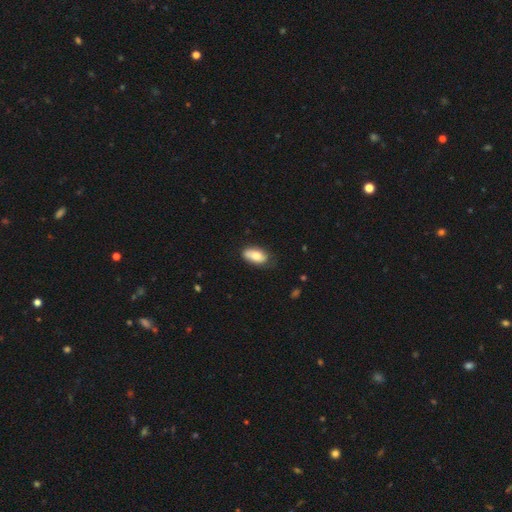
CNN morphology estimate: smooth 78%, featured or disk 15%, star or artifact 7%. Down the decision tree: how rounded — in between (92%); merging — none (65%).